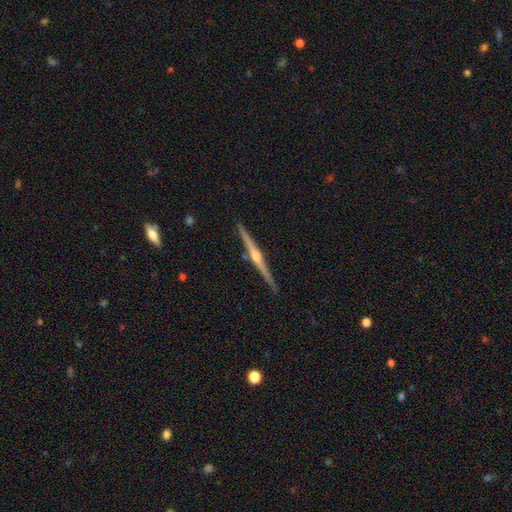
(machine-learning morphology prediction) Smooth or featured: featured or disk — 87% (smooth — 8%)
Edge-on disk: yes — 99% (no — 1%)
Edge-on bulge: rounded — 88% (boxy — 6%)
Merging: none — 92% (minor disturbance — 6%)